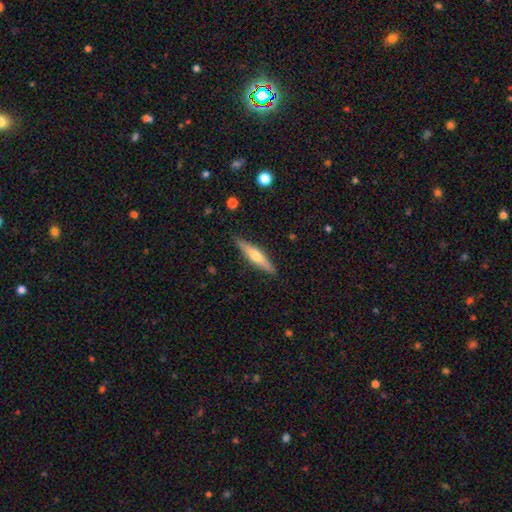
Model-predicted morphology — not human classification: The model was most divided on "smooth or featured": featured or disk: 52%, smooth: 43%, star or artifact: 6%. More confident: edge-on disk — yes (94%); merging — none (89%).